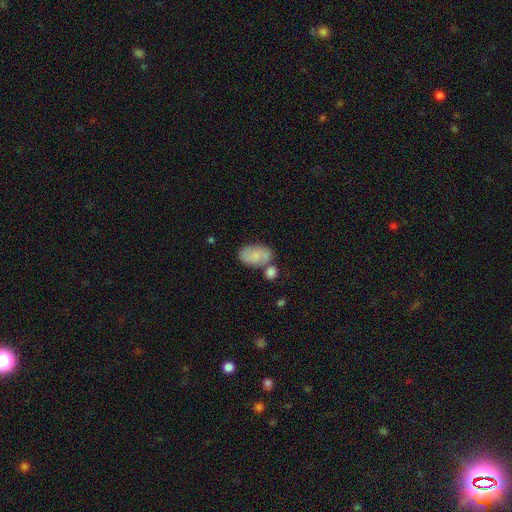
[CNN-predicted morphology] smooth-or-featured: smooth: 65% | featured or disk: 27% | star or artifact: 8%
  how-rounded: in between: 90% | round: 9% | cigar-shaped: 2%
  merging: none: 43% | merger: 32% | minor disturbance: 18% | major disturbance: 7%